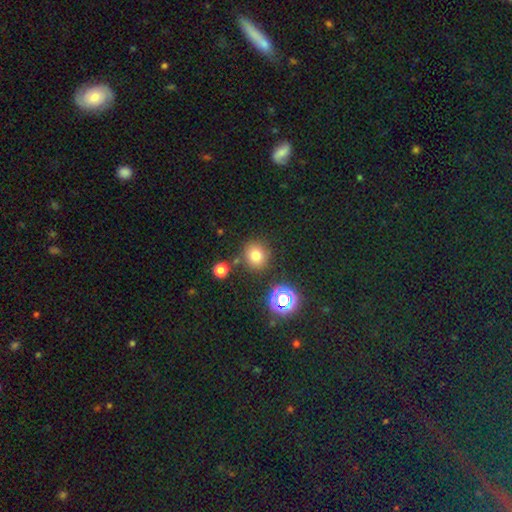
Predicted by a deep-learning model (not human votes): Smooth or featured? smooth (74%)
How rounded? round (86%)
Merging? none (80%)